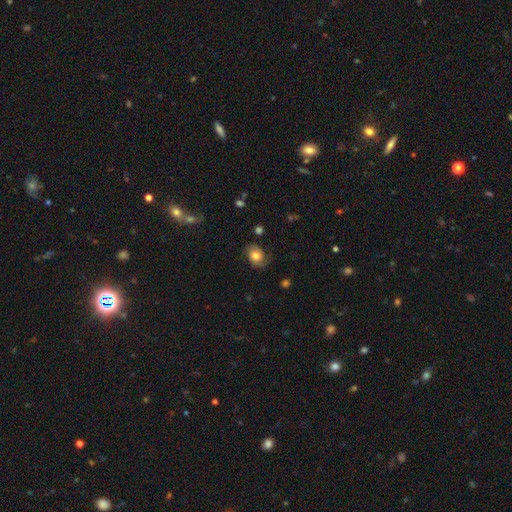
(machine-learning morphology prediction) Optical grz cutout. It shows a smooth galaxy with no disk features (57%) that is in between round and cigar-shaped (57%). Merging: none (73%).